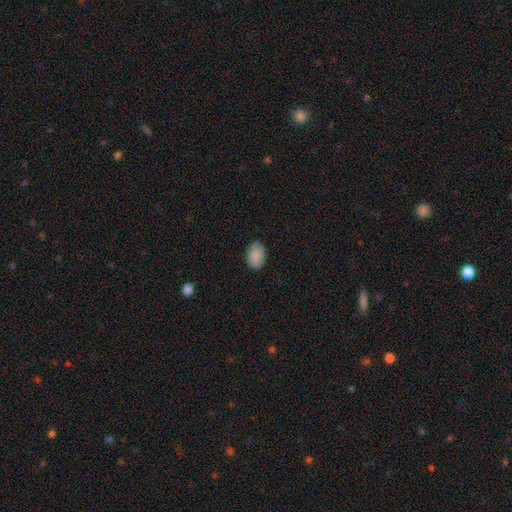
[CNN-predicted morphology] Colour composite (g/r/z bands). It shows a smooth galaxy with no disk features (88%) that is in between round and cigar-shaped (85%). Merging: none (83%).